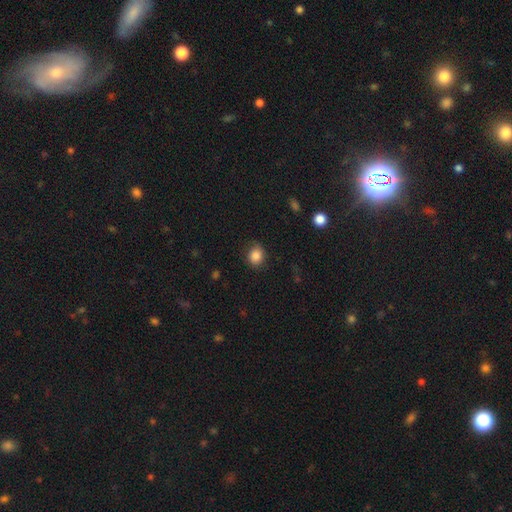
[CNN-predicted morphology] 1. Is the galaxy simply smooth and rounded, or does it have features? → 85% smooth, 9% star or artifact, 5% featured or disk.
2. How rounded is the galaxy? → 63% round, 36% in between, 1% cigar-shaped.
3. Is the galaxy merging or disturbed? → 80% none, 15% minor disturbance, 4% major disturbance, 1% merger.